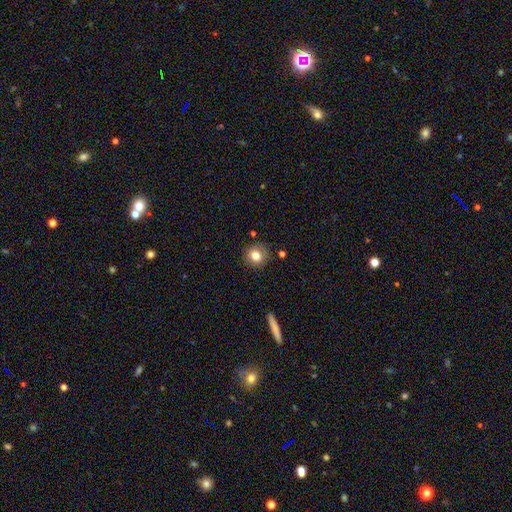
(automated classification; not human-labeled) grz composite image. It shows a smooth galaxy with no disk features (80%) that is round (89%). Merging: none (85%).